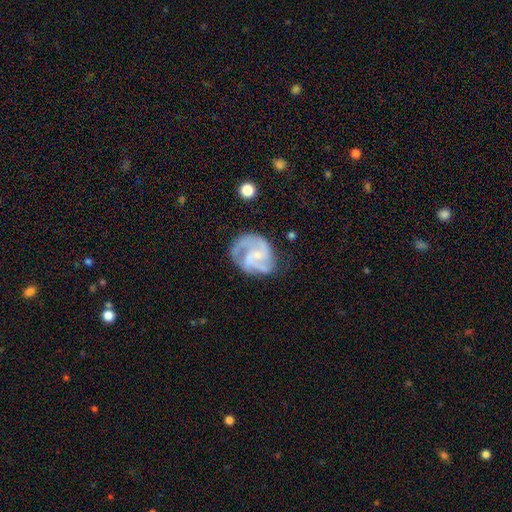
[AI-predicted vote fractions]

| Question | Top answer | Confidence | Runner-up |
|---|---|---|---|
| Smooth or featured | featured or disk | 83% | smooth (11%) |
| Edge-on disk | no | 98% | yes (2%) |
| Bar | no | 52% | weak (39%) |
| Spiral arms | yes | 94% | no (6%) |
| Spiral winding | medium | 51% | tight (31%) |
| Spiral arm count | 3 | 42% | 2 (30%) |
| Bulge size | small | 61% | moderate (20%) |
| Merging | none | 56% | minor disturbance (22%) |